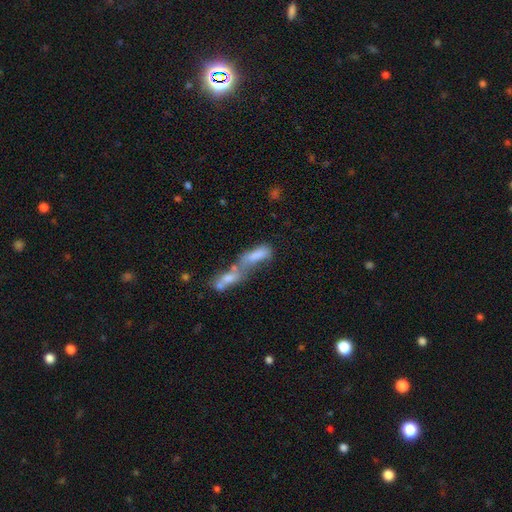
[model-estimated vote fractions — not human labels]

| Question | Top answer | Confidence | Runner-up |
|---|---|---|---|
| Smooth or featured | smooth | 55% | featured or disk (31%) |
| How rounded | in between | 52% | cigar-shaped (43%) |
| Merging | merger | 70% | none (12%) |